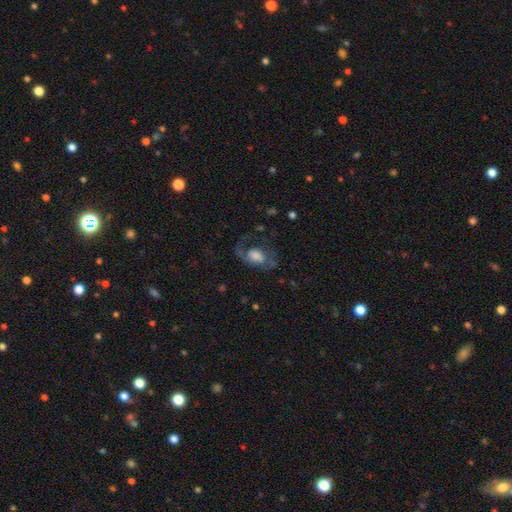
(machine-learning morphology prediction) A featured or disk galaxy (60%) with no bar (65%), spiral arms (76%) and a large central bulge (45%).

Vote fractions:
- Smooth or featured? featured or disk: 60% / smooth: 31% / star or artifact: 9%
- Edge-on disk? no: 96% / yes: 4%
- Bar? no: 65% / weak: 28% / strong: 7%
- Spiral arms? yes: 76% / no: 24%
- Bulge size? large: 45% / moderate: 28% / small: 11% / none: 8% / dominant: 8%
- Merging? none: 49% / major disturbance: 30% / minor disturbance: 19% / merger: 2%